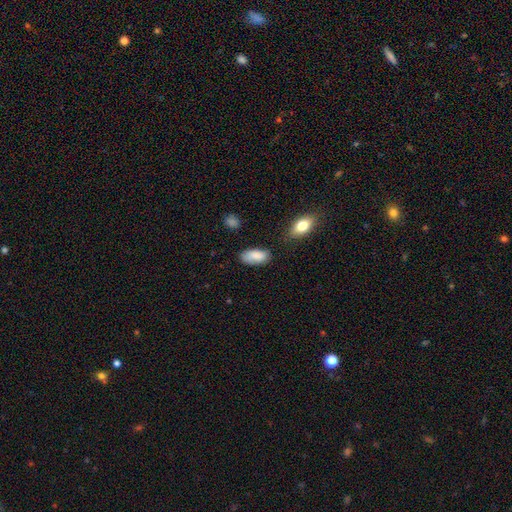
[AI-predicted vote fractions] A smooth galaxy with no disk features (87%) that is in between round and cigar-shaped (93%).

Vote fractions:
- Smooth or featured? smooth: 87% / star or artifact: 7% / featured or disk: 7%
- How rounded? in between: 93% / cigar-shaped: 5% / round: 2%
- Merging? none: 73% / minor disturbance: 19% / major disturbance: 4% / merger: 3%